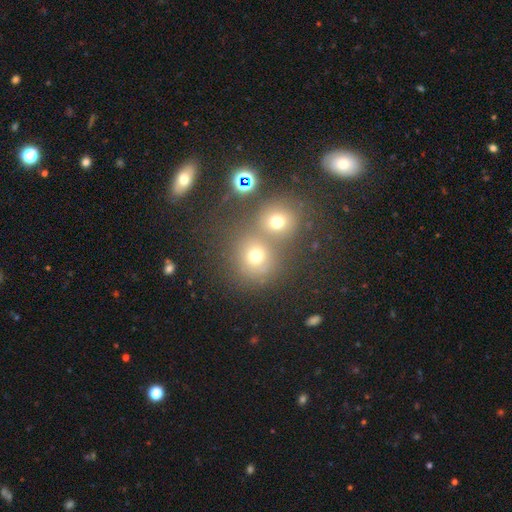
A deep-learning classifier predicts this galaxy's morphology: The model was most divided on "merging": none: 48%, merger: 41%, minor disturbance: 7%, major disturbance: 4%. More confident: how rounded — round (84%); smooth or featured — smooth (68%).